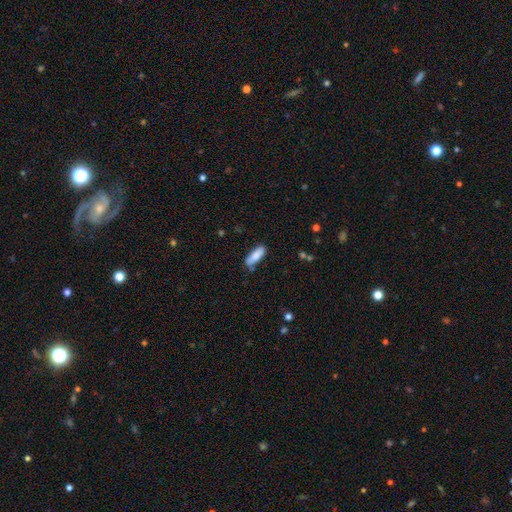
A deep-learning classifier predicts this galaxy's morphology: A smooth galaxy with no disk features (84%) that is in between round and cigar-shaped (57%).

Vote fractions:
- Smooth or featured? smooth: 84% / featured or disk: 10% / star or artifact: 6%
- How rounded? in between: 57% / cigar-shaped: 42% / round: 2%
- Merging? none: 71% / minor disturbance: 21% / major disturbance: 4% / merger: 4%